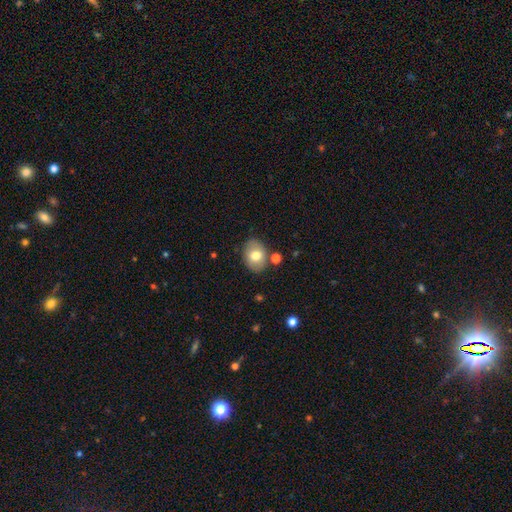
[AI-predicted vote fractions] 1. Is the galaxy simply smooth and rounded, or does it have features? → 74% smooth, 17% featured or disk, 8% star or artifact.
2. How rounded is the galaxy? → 64% in between, 35% round, 1% cigar-shaped.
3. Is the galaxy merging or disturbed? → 80% none, 12% minor disturbance, 5% merger, 3% major disturbance.